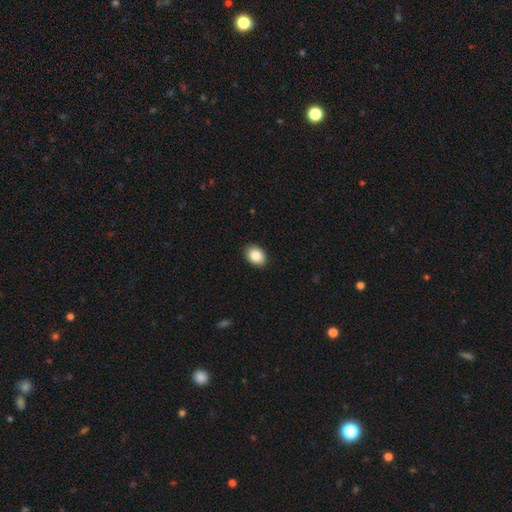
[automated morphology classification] type=smooth (86%); roundness=in between (70%); merging=none (90%).